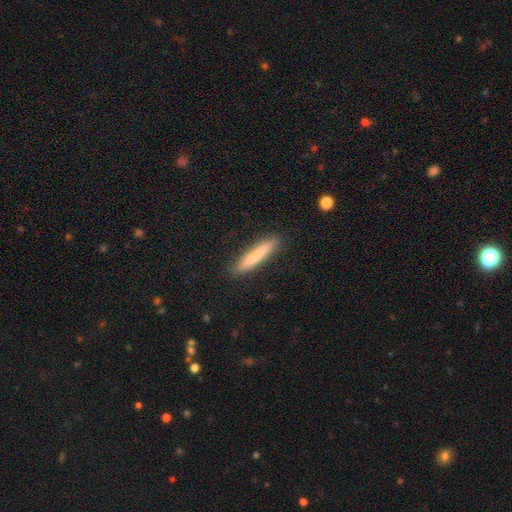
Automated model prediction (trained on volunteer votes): Smooth or featured: smooth — 77% (featured or disk — 17%)
How rounded: cigar-shaped — 93% (in between — 6%)
Merging: none — 89% (minor disturbance — 8%)